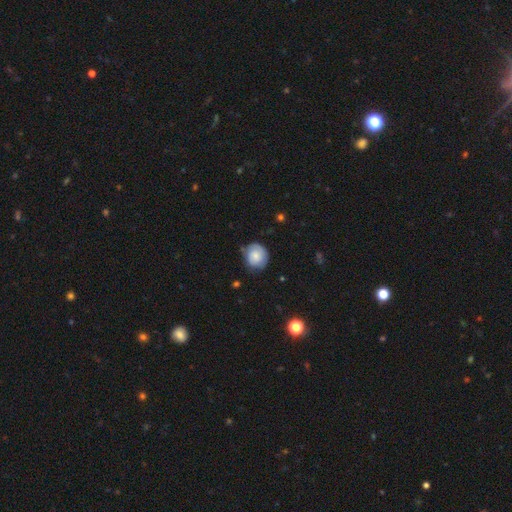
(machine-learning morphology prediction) Smooth or featured: smooth — 64% (featured or disk — 29%)
How rounded: round — 84% (in between — 15%)
Merging: none — 66% (minor disturbance — 26%)